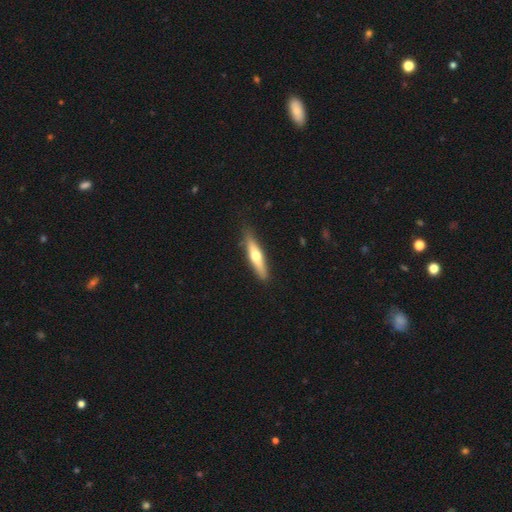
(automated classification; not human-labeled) This appears to be a smooth galaxy with no disk features (49%). Merging: none (87%).